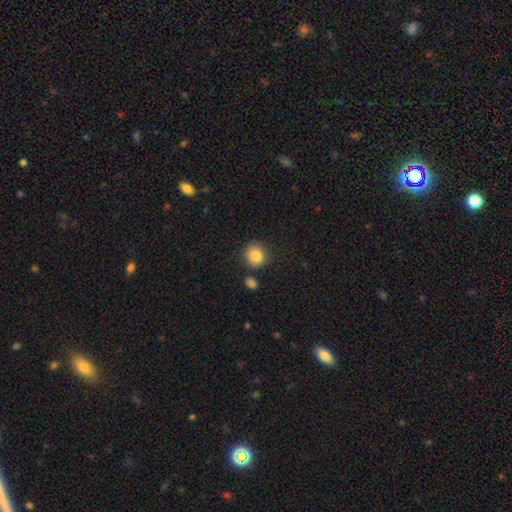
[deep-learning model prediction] Q: Smooth or featured?
A: smooth (86%); runner-up: star or artifact (9%)
Q: How rounded?
A: round (86%); runner-up: in between (13%)
Q: Merging?
A: none (79%); runner-up: minor disturbance (12%)